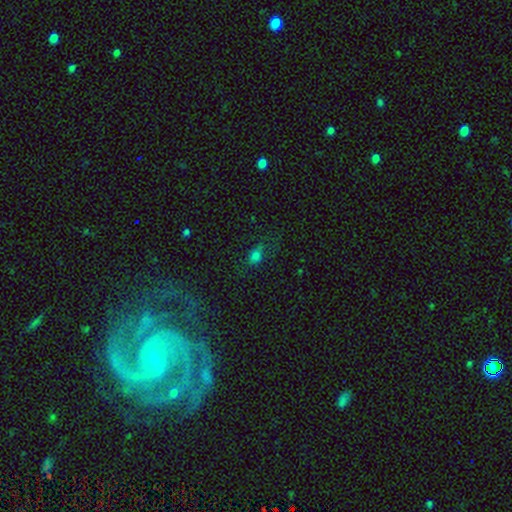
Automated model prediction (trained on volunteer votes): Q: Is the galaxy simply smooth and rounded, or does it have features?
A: smooth — 69%.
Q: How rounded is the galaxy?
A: in between — 68%.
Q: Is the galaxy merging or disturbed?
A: none — 60%.